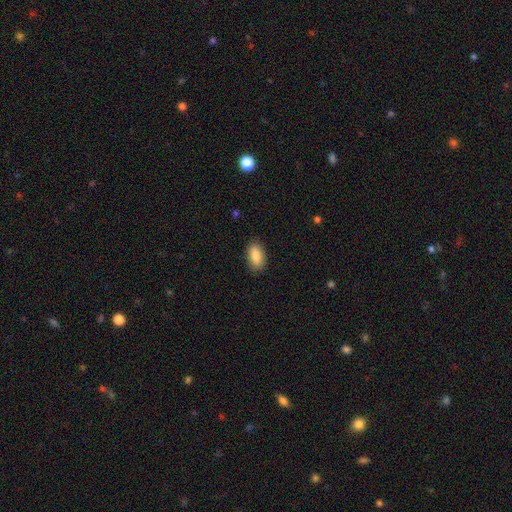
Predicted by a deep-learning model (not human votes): The model was most divided on "merging": none: 87%, minor disturbance: 10%, major disturbance: 2%, merger: 1%. More confident: how rounded — in between (92%); smooth or featured — smooth (87%).